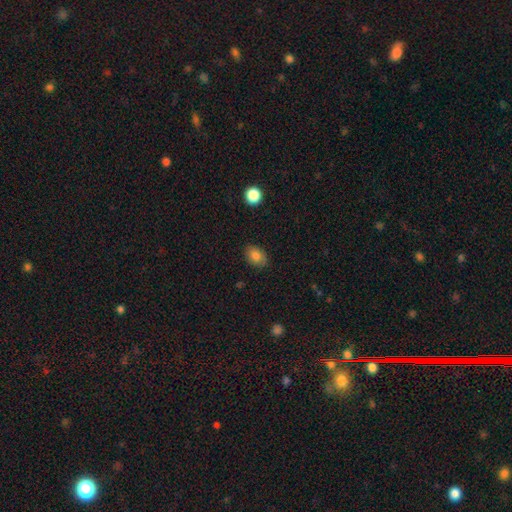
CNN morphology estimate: A smooth galaxy with no disk features (83%) that is in between round and cigar-shaped (77%).

Vote fractions:
- Smooth or featured? smooth: 83% / star or artifact: 9% / featured or disk: 8%
- How rounded? in between: 77% / round: 22% / cigar-shaped: 1%
- Merging? none: 84% / minor disturbance: 12% / major disturbance: 3% / merger: 1%